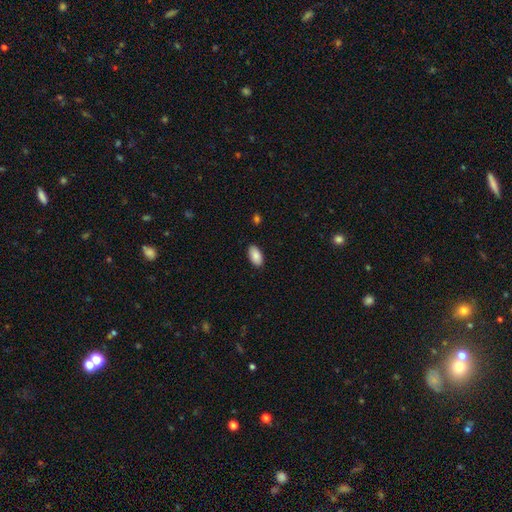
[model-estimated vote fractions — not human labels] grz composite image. It shows a smooth galaxy with no disk features (88%) that is in between round and cigar-shaped (95%). Merging: none (87%).